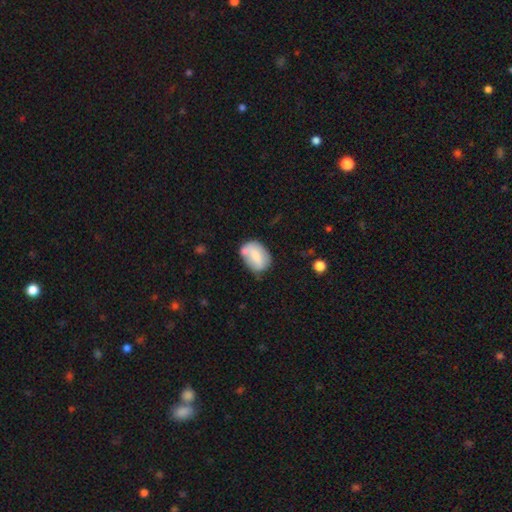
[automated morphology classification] This is likely a smooth galaxy (71%). How rounded: likely in between (78%). Merging: possibly none (52%).